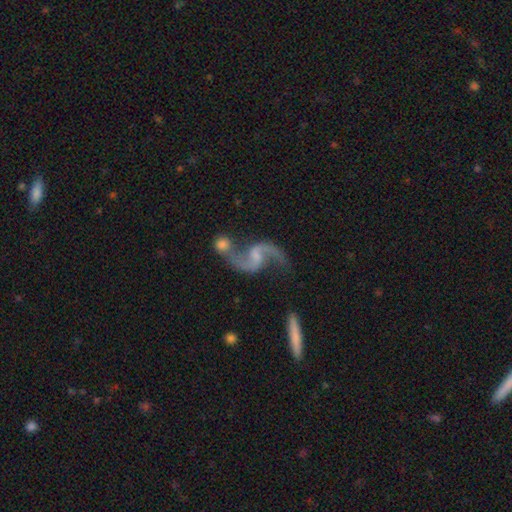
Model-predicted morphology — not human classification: smooth-or-featured: featured or disk: 90% | star or artifact: 5% | smooth: 5%
  disk-edge-on: no: 96% | yes: 4%
    bar: weak: 44% | no: 43% | strong: 13%
    has-spiral-arms: yes: 96% | no: 4%
      spiral-winding: loose: 77% | medium: 19% | tight: 4%
      spiral-arm-count: 2: 93% | 1: 2% | can't tell: 2% | 3: 1% | 4: 1% | more than 4: 1%
    bulge-size: small: 51% | none: 23% | moderate: 23% | large: 3% | dominant: 1%
  merging: none: 52% | merger: 25% | minor disturbance: 15% | major disturbance: 9%